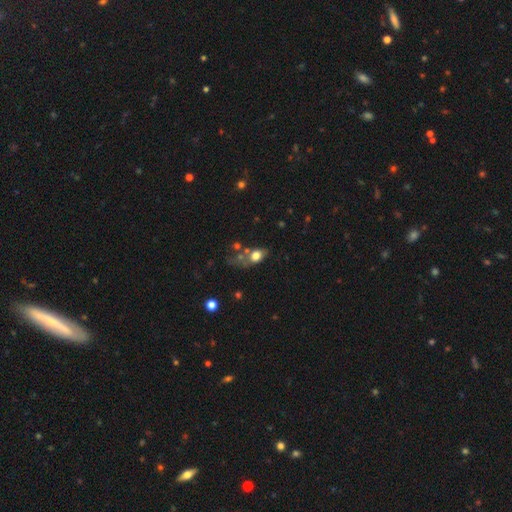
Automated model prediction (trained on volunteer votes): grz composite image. It shows a smooth galaxy with no disk features (70%) that is in between round and cigar-shaped (69%). Merging: none (32%).